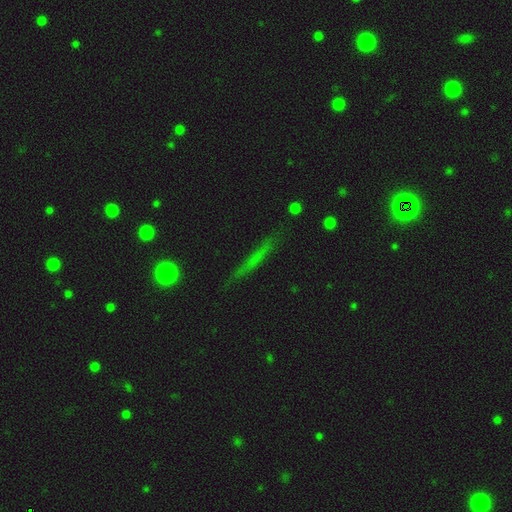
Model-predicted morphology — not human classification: smooth_or_featured: featured or disk (p=0.39) [alt: smooth p=0.38]
merging: none (p=0.84) [alt: minor disturbance p=0.10]